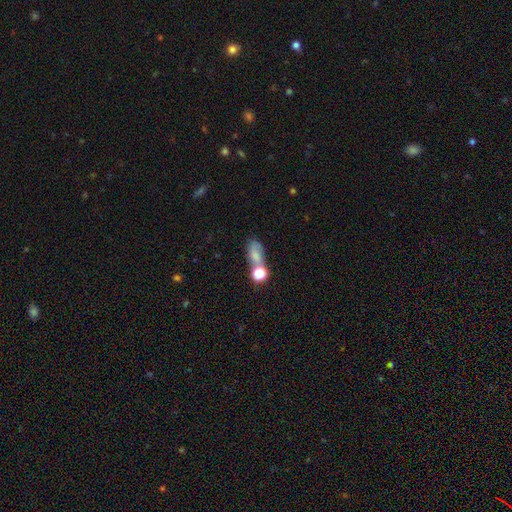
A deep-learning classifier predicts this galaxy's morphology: A smooth galaxy with no disk features (60%) that is in between round and cigar-shaped (72%). Merging: none (34%).